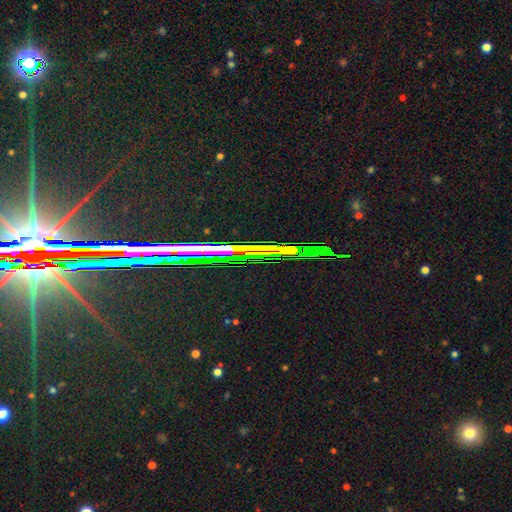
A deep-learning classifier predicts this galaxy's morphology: Smooth or featured?
  - star or artifact: 77% *
  - featured or disk: 14%
  - smooth: 8%